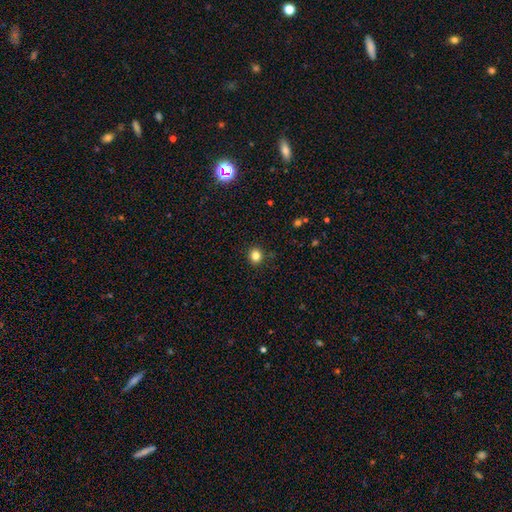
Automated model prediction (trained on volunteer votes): This is clearly a smooth galaxy (83%). How rounded: clearly round (85%). Merging: clearly none (90%).